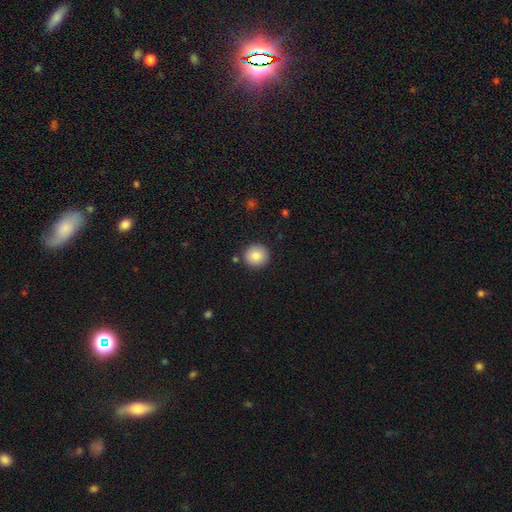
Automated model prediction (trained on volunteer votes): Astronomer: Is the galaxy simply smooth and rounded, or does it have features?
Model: smooth — 84%.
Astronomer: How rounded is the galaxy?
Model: round — 93%.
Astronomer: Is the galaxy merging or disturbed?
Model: none — 89%.